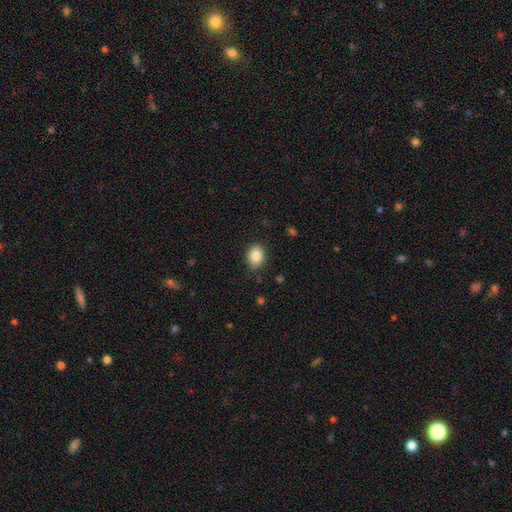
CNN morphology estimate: Smooth or featured: smooth — 86% (star or artifact — 9%)
How rounded: in between — 51% (round — 48%)
Merging: none — 83% (minor disturbance — 13%)